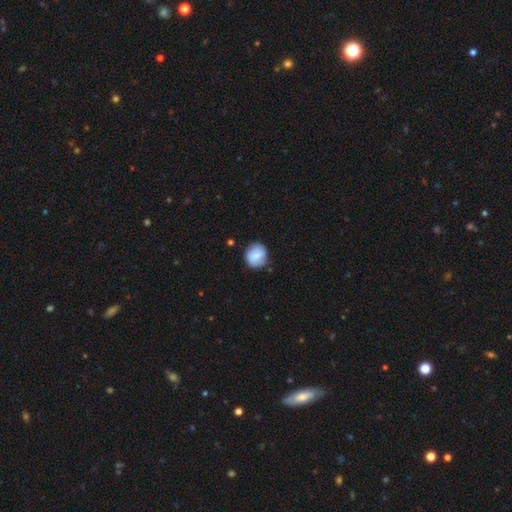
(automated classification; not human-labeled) Smooth or featured: smooth — 79% (featured or disk — 14%)
How rounded: round — 85% (in between — 14%)
Merging: none — 80% (minor disturbance — 15%)